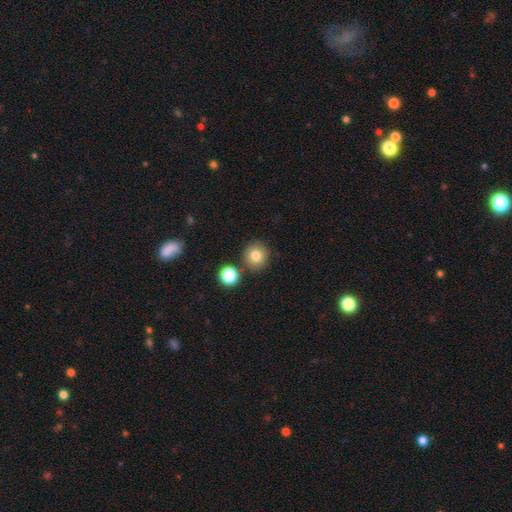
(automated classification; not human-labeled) Morphology: type=smooth (81%); roundness=round (92%); merging=none (82%).